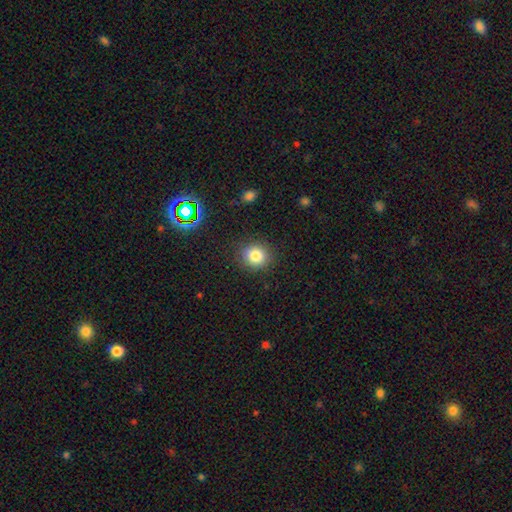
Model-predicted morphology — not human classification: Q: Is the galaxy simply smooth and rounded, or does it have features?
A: smooth — 82%.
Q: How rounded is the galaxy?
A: round — 82%.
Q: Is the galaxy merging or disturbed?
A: none — 87%.